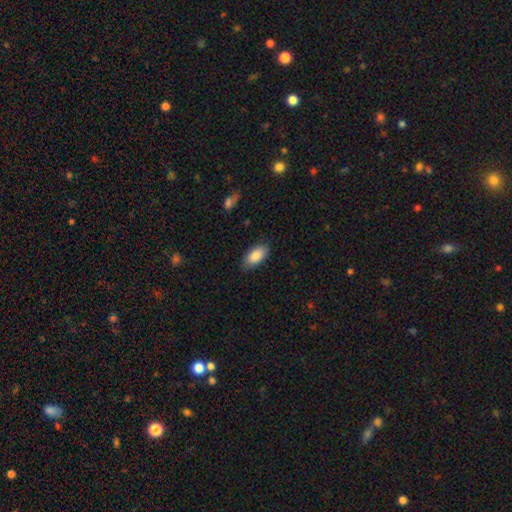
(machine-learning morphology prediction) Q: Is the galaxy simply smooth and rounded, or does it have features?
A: smooth — 88%.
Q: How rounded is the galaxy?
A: in between — 93%.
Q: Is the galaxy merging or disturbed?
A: none — 84%.